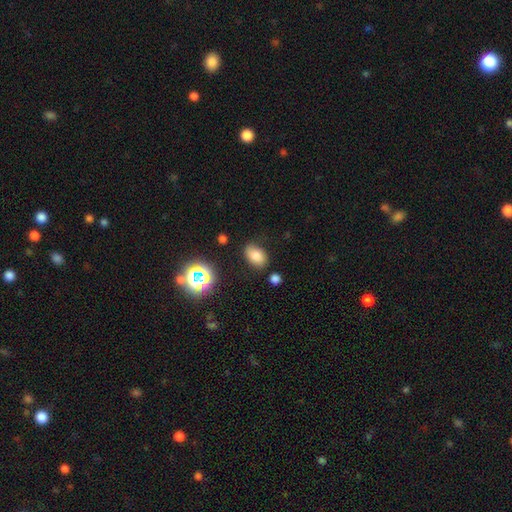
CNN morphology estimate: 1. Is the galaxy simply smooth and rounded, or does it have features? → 77% smooth, 14% star or artifact, 8% featured or disk.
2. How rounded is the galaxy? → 84% in between, 14% round, 1% cigar-shaped.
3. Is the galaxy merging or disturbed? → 78% none, 15% minor disturbance, 4% major disturbance, 3% merger.